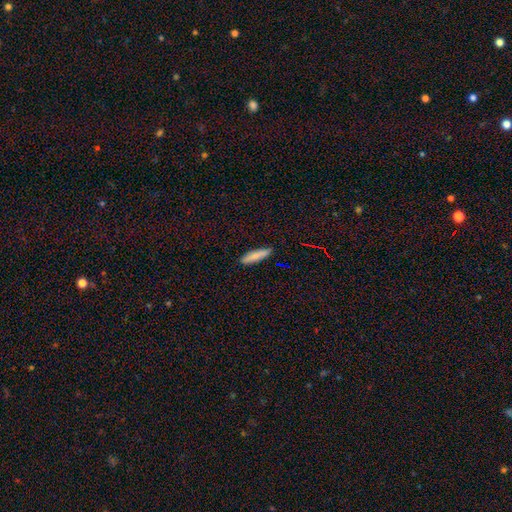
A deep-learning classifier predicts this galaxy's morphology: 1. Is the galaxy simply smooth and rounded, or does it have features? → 81% smooth, 13% featured or disk, 7% star or artifact.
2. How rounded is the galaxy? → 77% cigar-shaped, 22% in between, 2% round.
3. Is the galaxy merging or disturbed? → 88% none, 9% minor disturbance, 2% major disturbance, 1% merger.